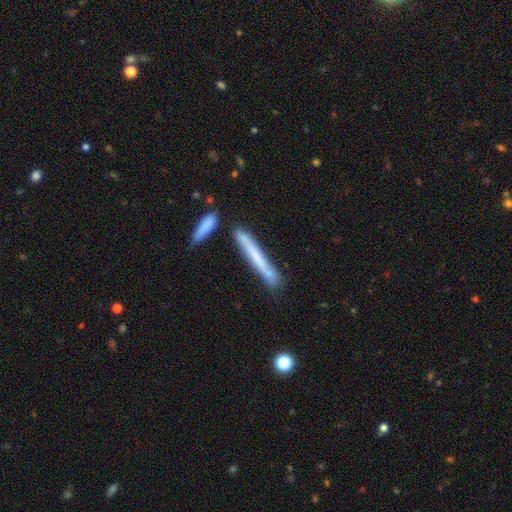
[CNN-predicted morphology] smooth 58%, featured or disk 35%, star or artifact 7%. Down the decision tree: how rounded — cigar-shaped (96%); merging — none (74%).